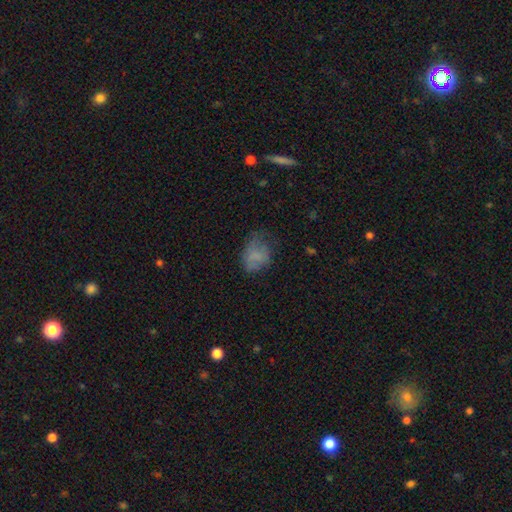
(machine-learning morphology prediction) Q: Smooth or featured?
A: smooth (69%); runner-up: featured or disk (19%)
Q: How rounded?
A: in between (64%); runner-up: round (35%)
Q: Merging?
A: none (40%); runner-up: minor disturbance (33%)